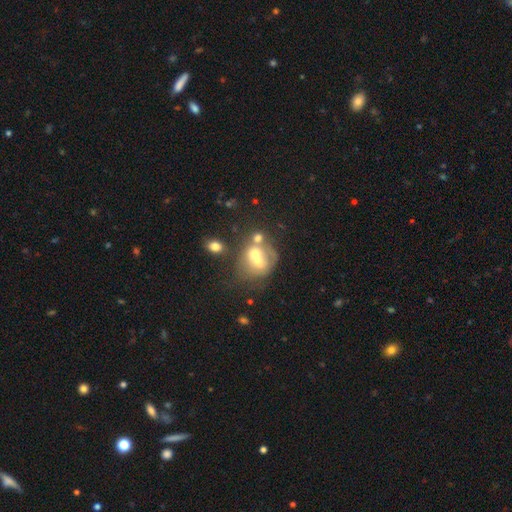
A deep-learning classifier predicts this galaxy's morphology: smooth-or-featured: featured or disk: 45% | smooth: 41% | star or artifact: 14%
  merging: merger: 48% | none: 24% | major disturbance: 15% | minor disturbance: 14%